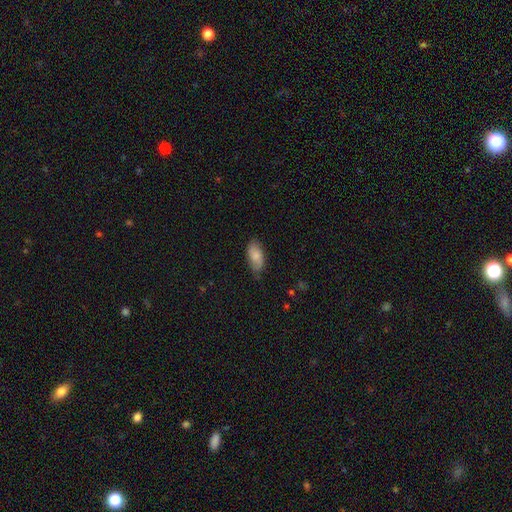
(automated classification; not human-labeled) The model was most divided on "merging": none: 72%, minor disturbance: 23%, major disturbance: 4%, merger: 1%. More confident: how rounded — in between (92%); smooth or featured — smooth (77%).